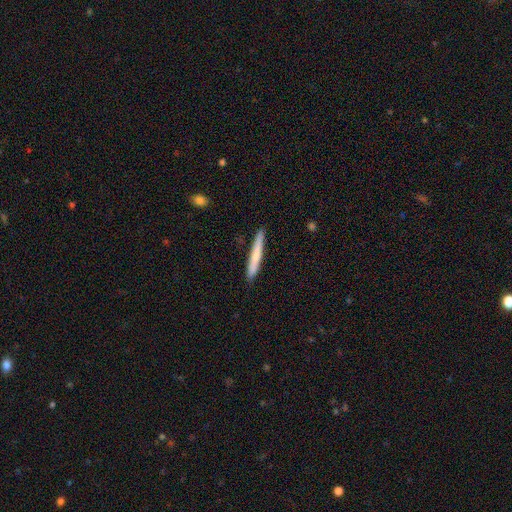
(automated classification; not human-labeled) This is likely a smooth galaxy (67%). How rounded: clearly cigar-shaped (96%). Merging: clearly none (90%).